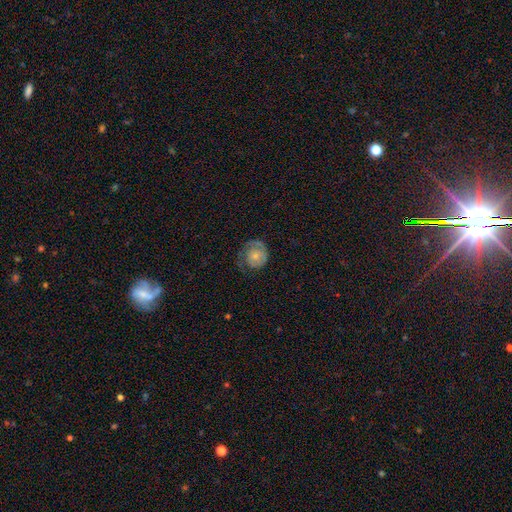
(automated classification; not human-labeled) Smooth or featured?
  - featured or disk: 54% *
  - smooth: 39%
  - star or artifact: 7%
Edge-on disk?
  - no: 97% *
  - yes: 3%
Bar?
  - no: 82% *
  - weak: 15%
  - strong: 3%
Spiral arms?
  - yes: 80% *
  - no: 20%
Bulge size?
  - small: 61% *
  - moderate: 29%
  - none: 5%
  - large: 3%
  - dominant: 1%
Merging?
  - none: 52% *
  - minor disturbance: 24%
  - major disturbance: 23%
  - merger: 2%